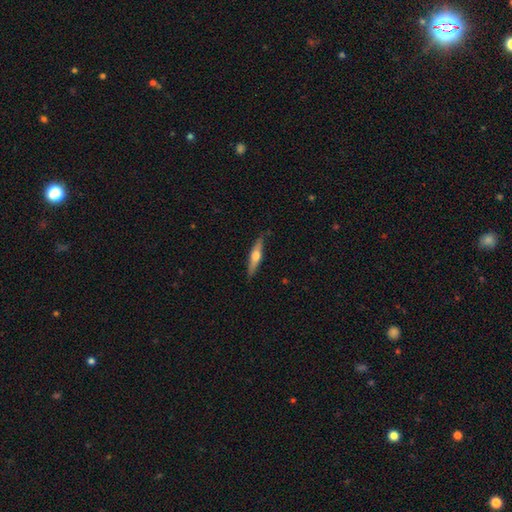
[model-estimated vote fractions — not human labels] smooth-or-featured: featured or disk: 58% | smooth: 36% | star or artifact: 5%
  disk-edge-on: yes: 96% | no: 4%
    edge-on-bulge: rounded: 93% | boxy: 4% | none: 3%
  merging: none: 87% | minor disturbance: 10% | major disturbance: 2% | merger: 1%